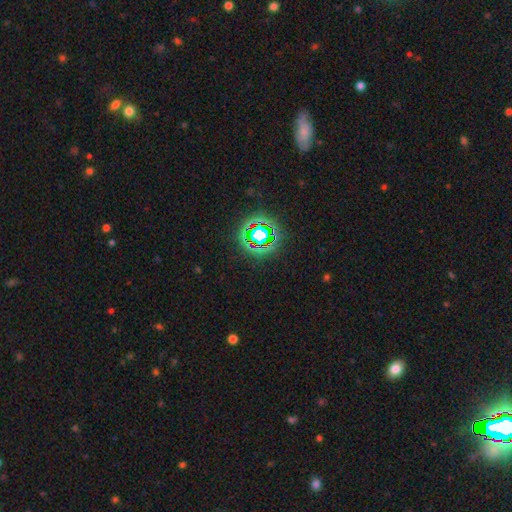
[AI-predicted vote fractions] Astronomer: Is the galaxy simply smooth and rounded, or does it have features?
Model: star or artifact — 77%.